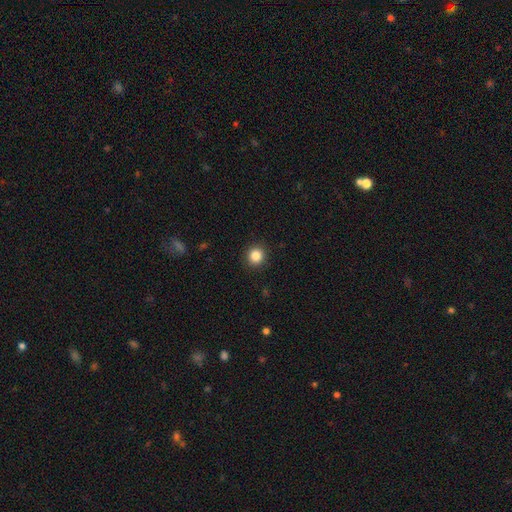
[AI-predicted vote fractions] This is clearly a smooth galaxy (86%). How rounded: clearly round (92%). Merging: clearly none (92%).